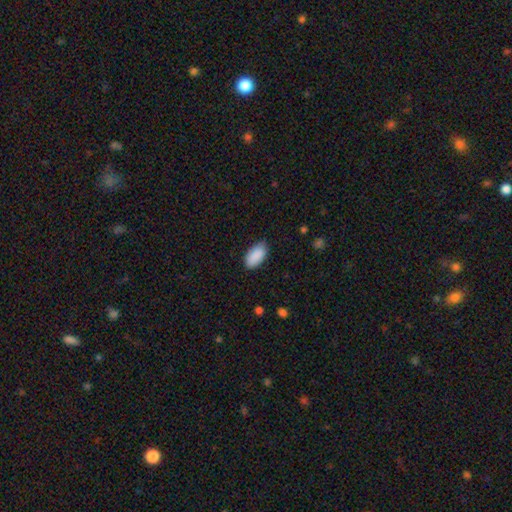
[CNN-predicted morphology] This appears to be a smooth galaxy with no disk features (91%) that is in between round and cigar-shaped (95%). Merging: none (81%).